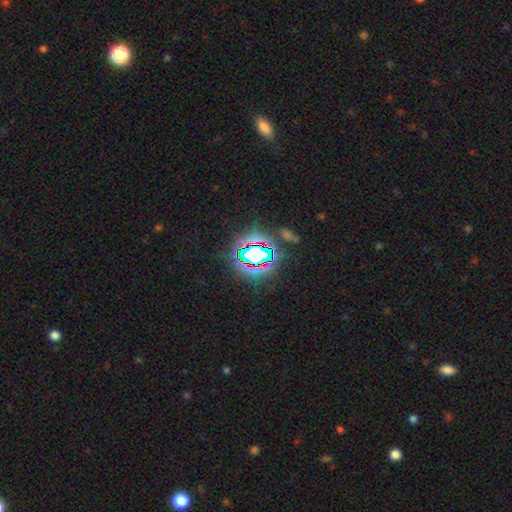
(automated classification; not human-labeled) A star or artifact, not a galaxy (69%).

Vote fractions:
- Smooth or featured? star or artifact: 69% / smooth: 19% / featured or disk: 12%